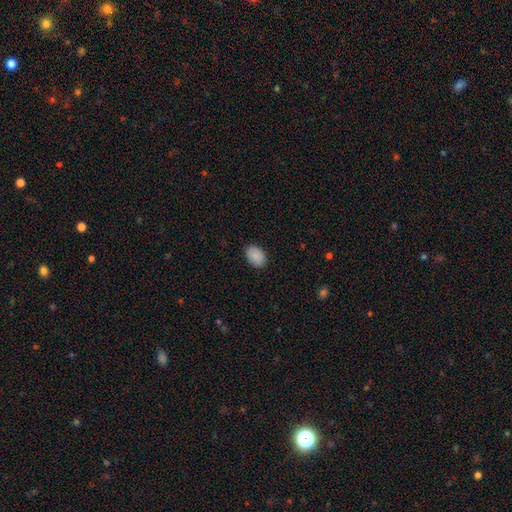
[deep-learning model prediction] Overall: smooth (89%). How rounded: in between (84%). Merging: none (87%).